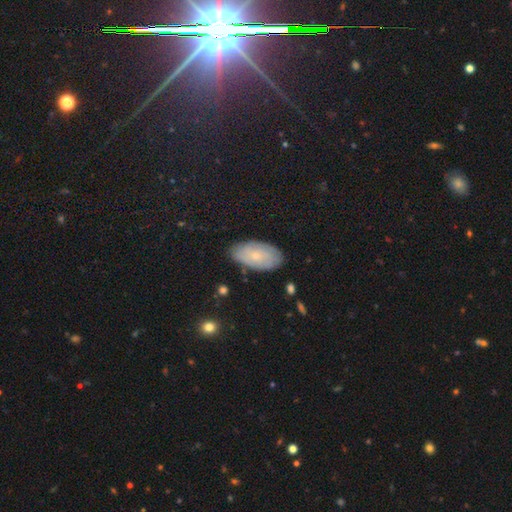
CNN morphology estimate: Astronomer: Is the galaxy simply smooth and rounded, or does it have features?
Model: featured or disk — 46% (runner-up: smooth, 44%).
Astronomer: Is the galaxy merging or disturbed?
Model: none — 82%.